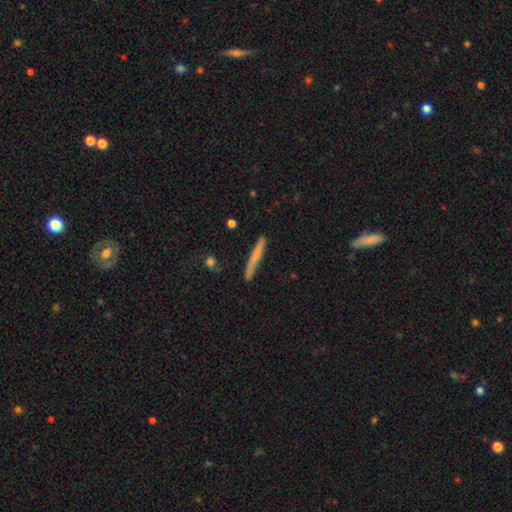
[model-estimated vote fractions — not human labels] Smooth or featured? Predicted: smooth (p=0.57). How rounded? Predicted: cigar-shaped (p=0.96). Merging? Predicted: none (p=0.84).